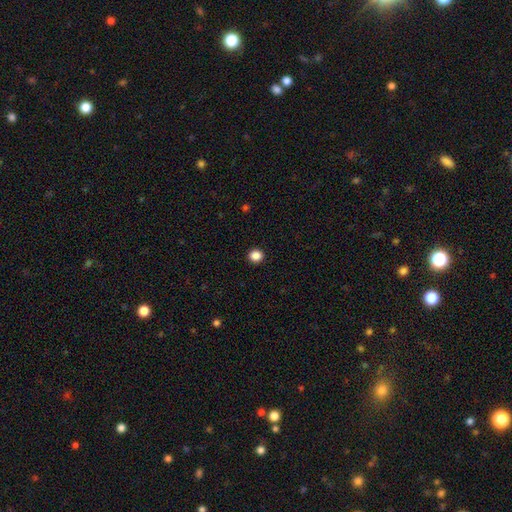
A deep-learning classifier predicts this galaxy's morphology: Smooth or featured: smooth — 87% (star or artifact — 11%)
How rounded: round — 87% (in between — 12%)
Merging: none — 93% (minor disturbance — 4%)